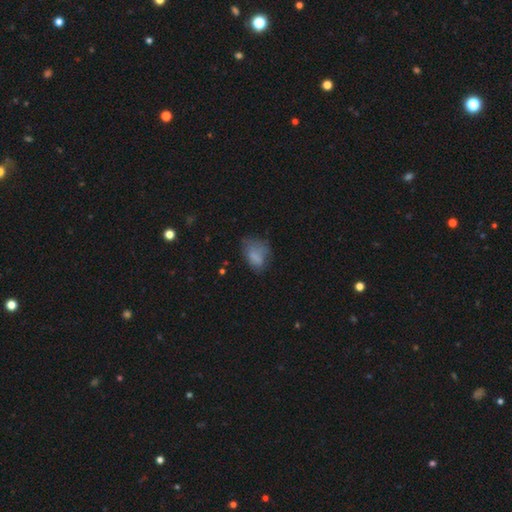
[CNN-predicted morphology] smooth_or_featured: smooth (p=0.71) [alt: featured or disk p=0.18]
how_rounded: in between (p=0.77) [alt: round p=0.21]
merging: none (p=0.41) [alt: minor disturbance p=0.31]